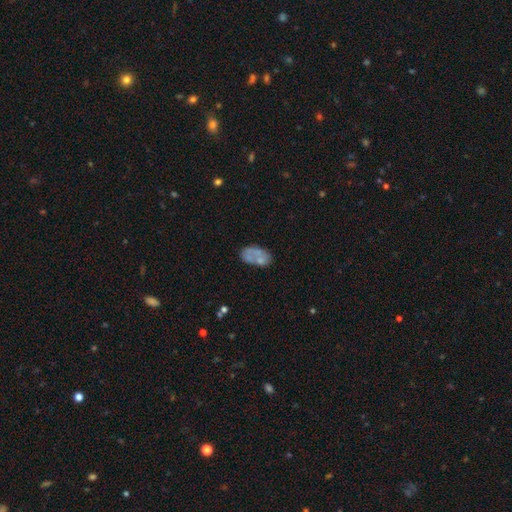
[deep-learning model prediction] smooth_or_featured: smooth (p=0.56) [alt: featured or disk p=0.34]
how_rounded: in between (p=0.90) [alt: round p=0.08]
merging: none (p=0.49) [alt: minor disturbance p=0.21]